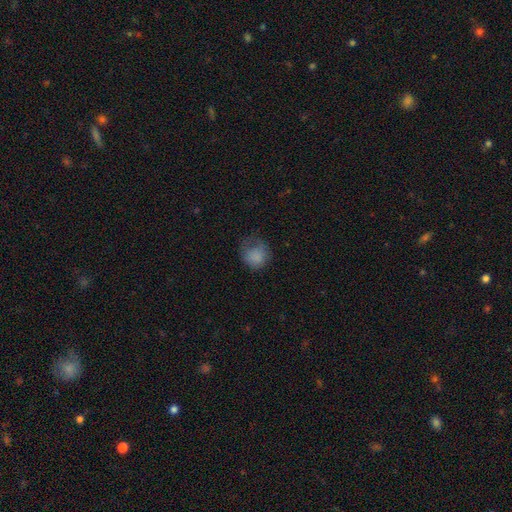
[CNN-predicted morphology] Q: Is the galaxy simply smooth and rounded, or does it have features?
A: smooth — 80%.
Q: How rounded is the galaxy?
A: round — 75%.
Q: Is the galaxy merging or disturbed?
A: none — 46%.